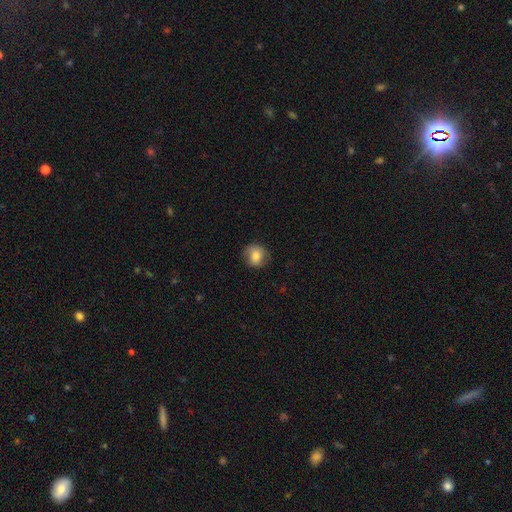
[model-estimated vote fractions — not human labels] Morphology: type=smooth (77%); roundness=round (80%); merging=none (78%).